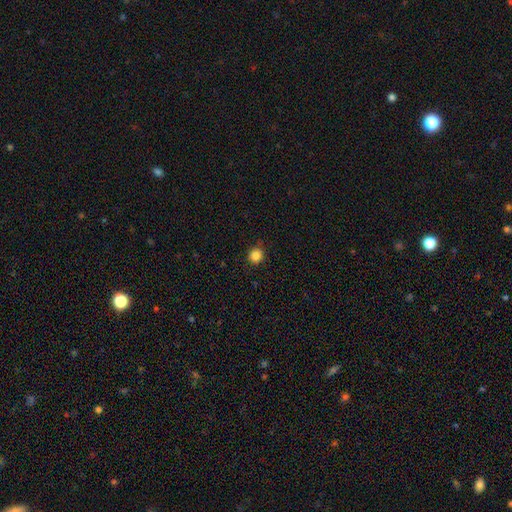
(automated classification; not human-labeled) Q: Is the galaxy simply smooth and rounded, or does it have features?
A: smooth — 84%.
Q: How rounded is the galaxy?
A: round — 91%.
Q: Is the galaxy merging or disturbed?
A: none — 88%.